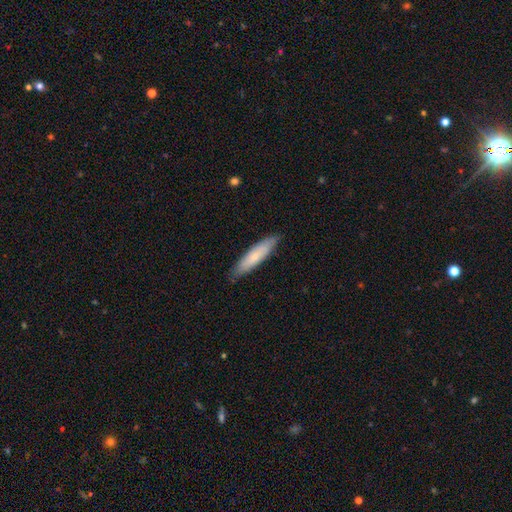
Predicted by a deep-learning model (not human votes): Morphology: type=smooth (72%); roundness=cigar-shaped (81%); merging=none (85%).